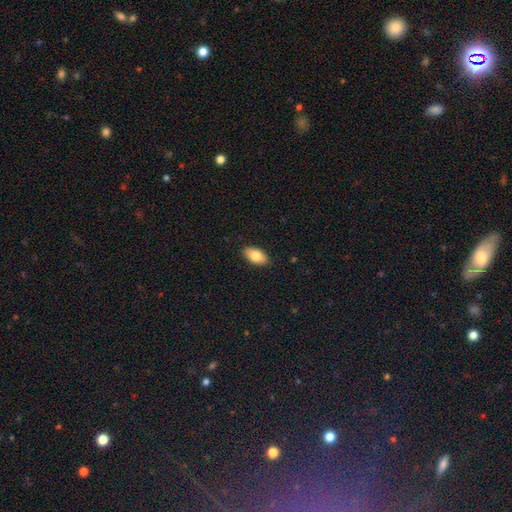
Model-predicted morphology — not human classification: This is clearly a smooth galaxy (81%). How rounded: clearly in between (93%). Merging: clearly none (89%).